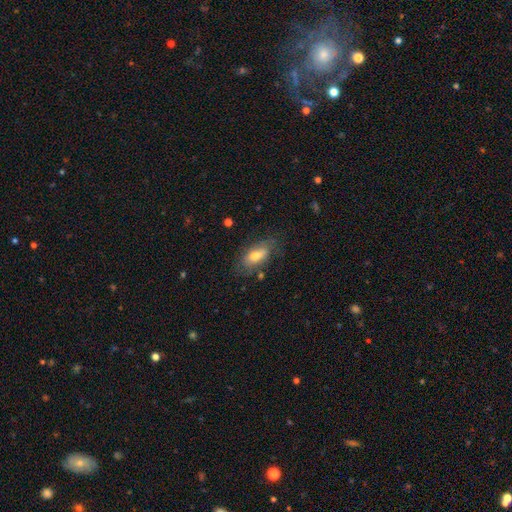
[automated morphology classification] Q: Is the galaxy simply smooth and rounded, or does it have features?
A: smooth — 64%.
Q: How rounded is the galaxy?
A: in between — 83%.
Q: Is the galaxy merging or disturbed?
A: none — 65%.